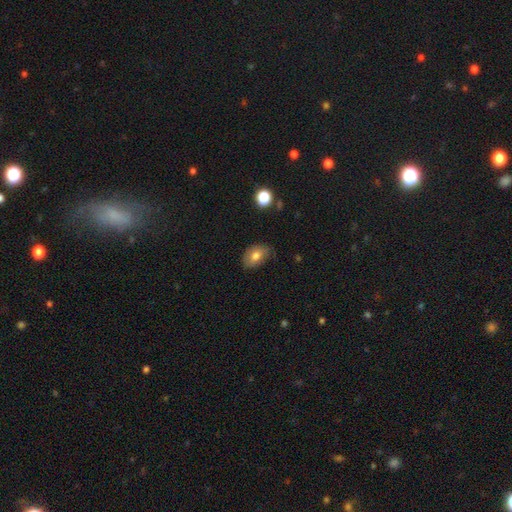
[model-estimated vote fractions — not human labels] Smooth or featured? smooth (75%)
How rounded? in between (86%)
Merging? none (73%)